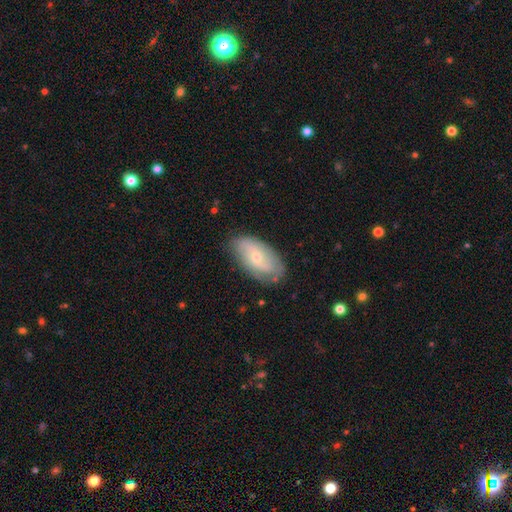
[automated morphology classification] smooth-or-featured: featured or disk: 51% | smooth: 42% | star or artifact: 7%
  disk-edge-on: no: 91% | yes: 9%
  merging: none: 75% | minor disturbance: 19% | major disturbance: 5% | merger: 1%